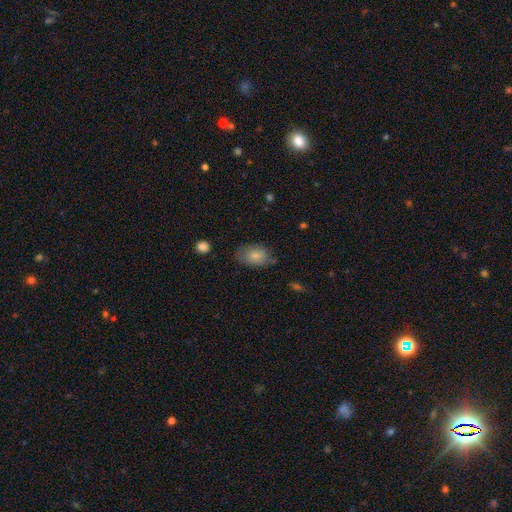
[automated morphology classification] Smooth or featured: smooth — 80% (featured or disk — 12%)
How rounded: in between — 88% (round — 11%)
Merging: none — 68% (minor disturbance — 23%)